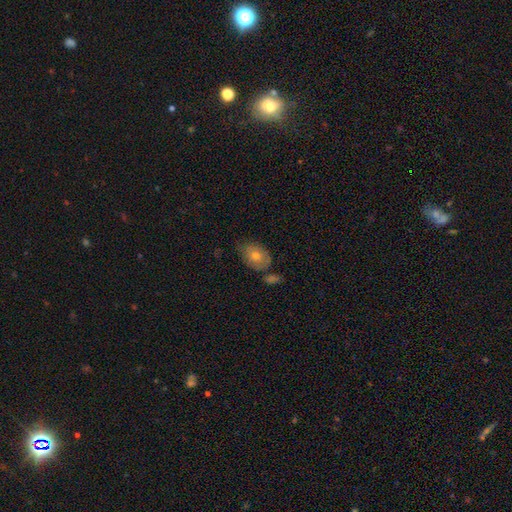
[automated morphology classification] smooth-or-featured: smooth: 59% | featured or disk: 31% | star or artifact: 10%
  how-rounded: in between: 73% | round: 25% | cigar-shaped: 2%
  merging: none: 61% | minor disturbance: 21% | merger: 12% | major disturbance: 6%